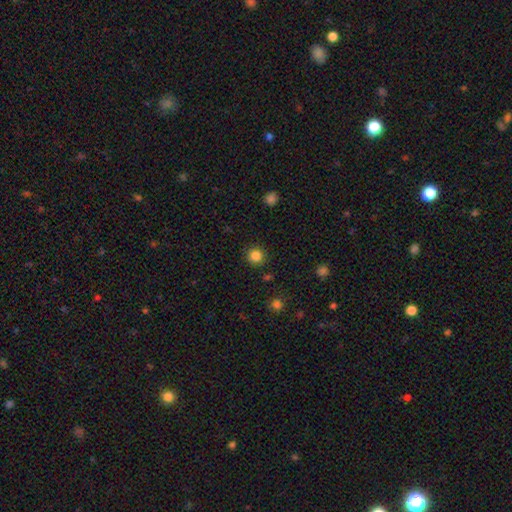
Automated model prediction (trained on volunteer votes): Overall: smooth (84%). How rounded: round (94%). Merging: none (90%).